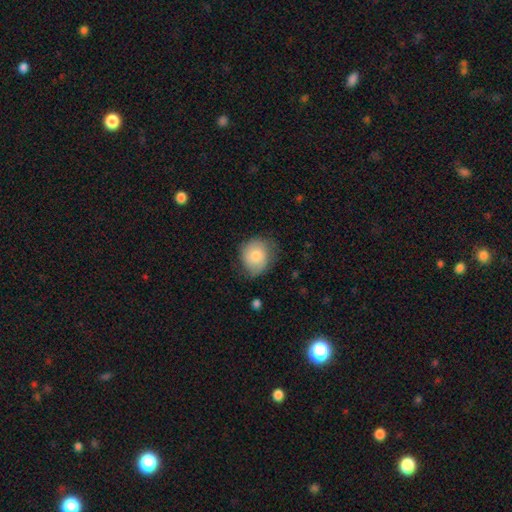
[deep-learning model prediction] Smooth or featured?
  - smooth: 77% *
  - featured or disk: 17%
  - star or artifact: 7%
How rounded?
  - round: 71% *
  - in between: 28%
  - cigar-shaped: 1%
Merging?
  - none: 64% *
  - minor disturbance: 27%
  - major disturbance: 8%
  - merger: 1%